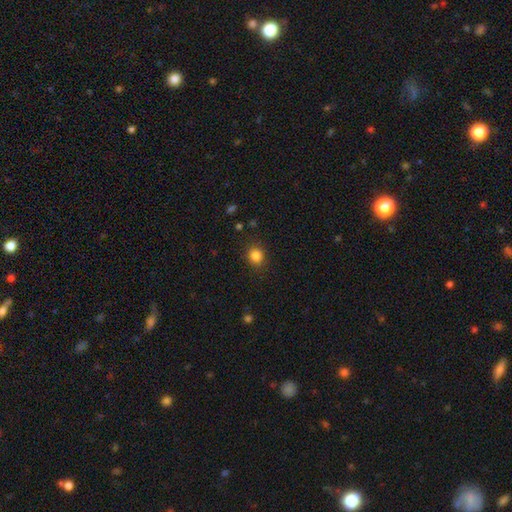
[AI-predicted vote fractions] Q: Smooth or featured?
A: smooth (84%); runner-up: star or artifact (12%)
Q: How rounded?
A: round (83%); runner-up: in between (16%)
Q: Merging?
A: none (88%); runner-up: minor disturbance (8%)